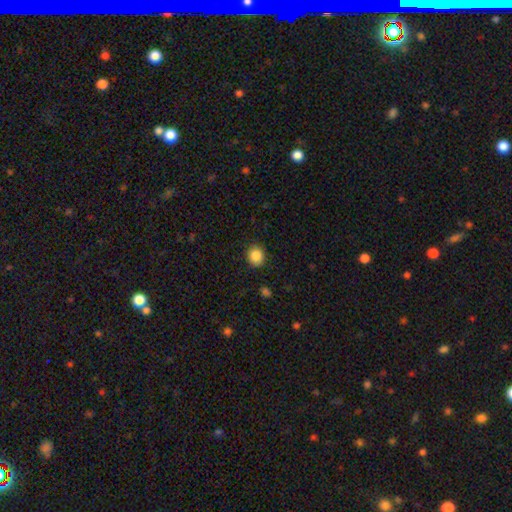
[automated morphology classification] smooth_or_featured: smooth (p=0.87) [alt: star or artifact p=0.09]
how_rounded: round (p=0.78) [alt: in between p=0.21]
merging: none (p=0.89) [alt: minor disturbance p=0.08]